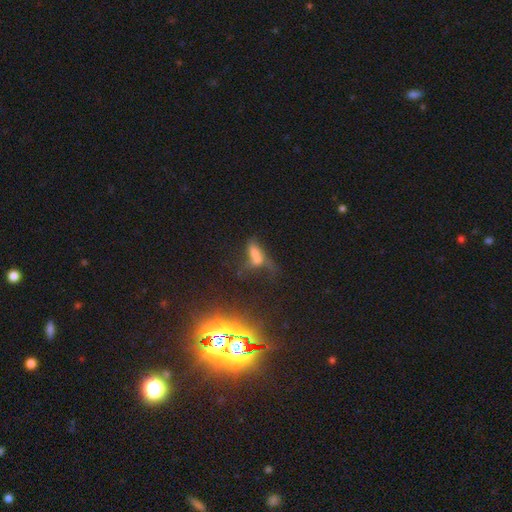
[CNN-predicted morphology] This appears to be a smooth galaxy with no disk features (51%) that is in between round and cigar-shaped (70%). Merging: merger (49%).